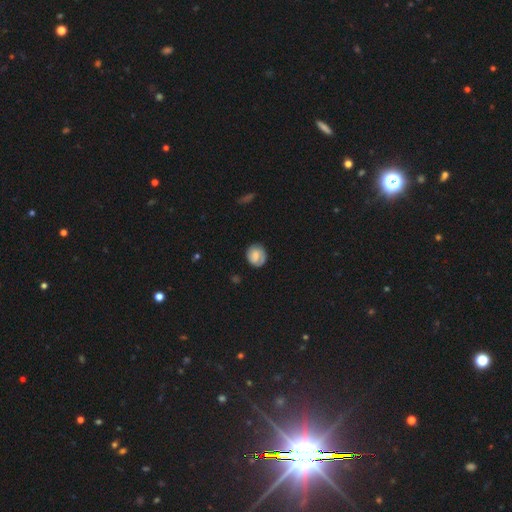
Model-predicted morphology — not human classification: smooth_or_featured: smooth (p=0.58) [alt: featured or disk p=0.34]
how_rounded: round (p=0.76) [alt: in between p=0.23]
merging: none (p=0.74) [alt: minor disturbance p=0.19]